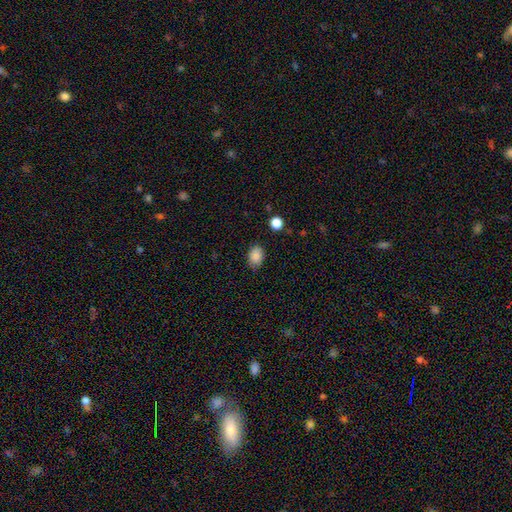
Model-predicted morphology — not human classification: smooth-or-featured: smooth: 87% | star or artifact: 9% | featured or disk: 4%
  how-rounded: in between: 75% | round: 24% | cigar-shaped: 1%
  merging: none: 81% | minor disturbance: 14% | major disturbance: 3% | merger: 2%